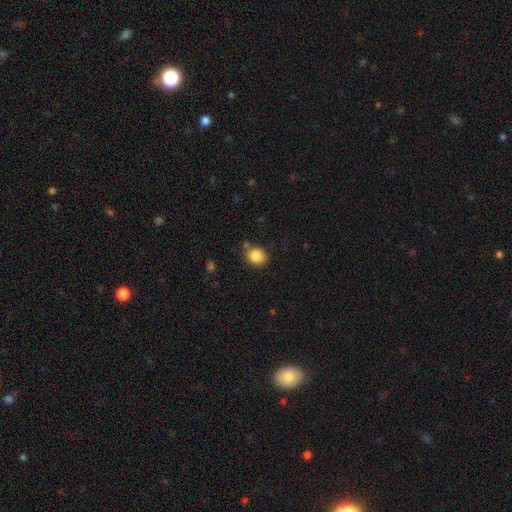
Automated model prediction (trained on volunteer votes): Smooth or featured? smooth (86%)
How rounded? round (63%)
Merging? none (77%)